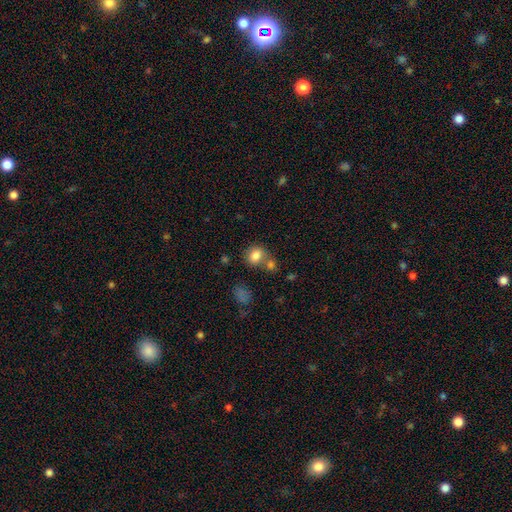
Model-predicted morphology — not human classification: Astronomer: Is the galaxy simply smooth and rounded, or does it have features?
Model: smooth — 82%.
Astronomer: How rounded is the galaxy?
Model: round — 62%.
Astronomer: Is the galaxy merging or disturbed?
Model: none — 58%.